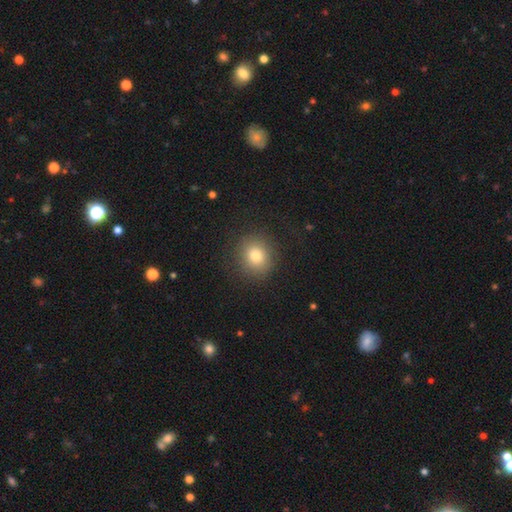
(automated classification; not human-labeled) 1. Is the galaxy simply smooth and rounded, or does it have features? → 80% smooth, 11% star or artifact, 9% featured or disk.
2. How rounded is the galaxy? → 80% round, 19% in between, 1% cigar-shaped.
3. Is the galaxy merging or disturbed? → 87% none, 8% minor disturbance, 4% major disturbance, 1% merger.